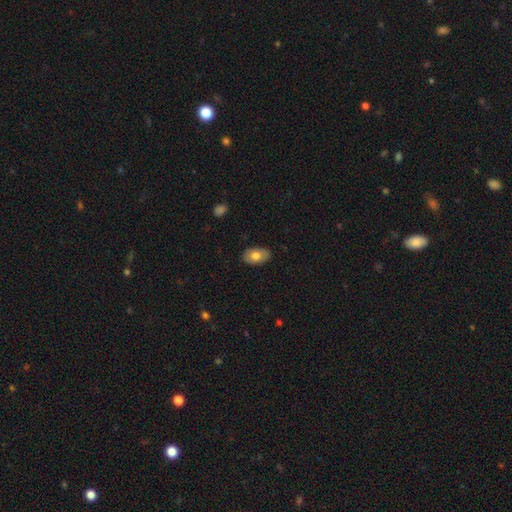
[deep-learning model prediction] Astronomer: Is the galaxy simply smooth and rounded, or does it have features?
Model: smooth — 74%.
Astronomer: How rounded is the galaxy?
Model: in between — 92%.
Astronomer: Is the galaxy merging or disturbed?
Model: none — 86%.